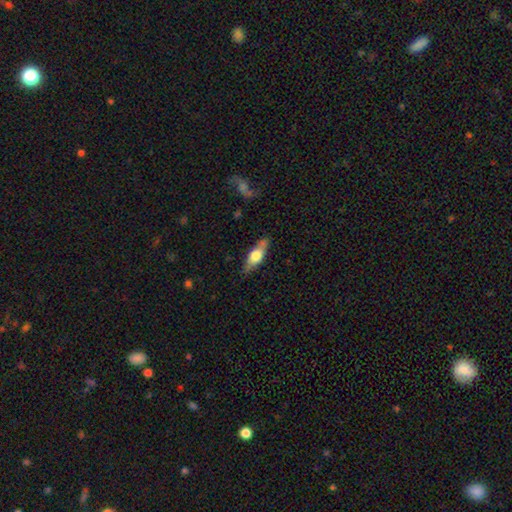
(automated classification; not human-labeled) The model was most divided on "smooth or featured": smooth: 48%, featured or disk: 45%, star or artifact: 6%. More confident: merging — none (79%).